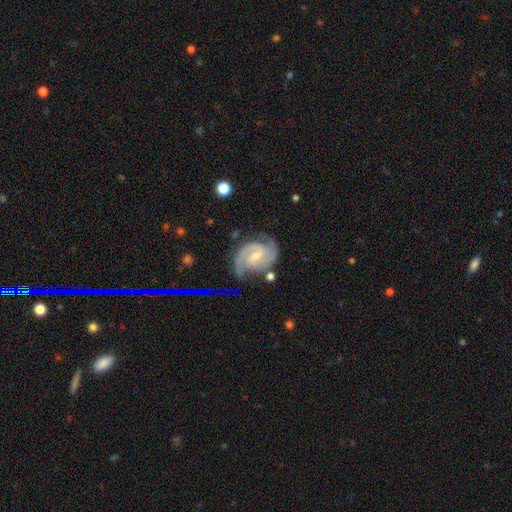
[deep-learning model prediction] This appears to be a featured or disk galaxy (90%) with a weak bar (53%), 2 (88%) medium (52%) spiral arms (98%) and a small central bulge (58%). Merging: none (72%).